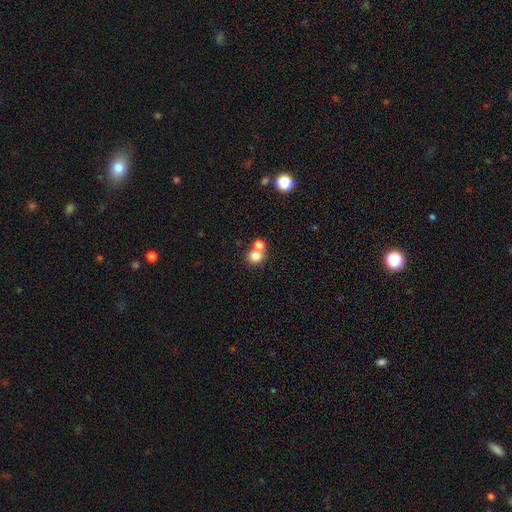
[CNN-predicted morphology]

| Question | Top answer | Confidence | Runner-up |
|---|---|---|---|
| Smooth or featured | smooth | 79% | star or artifact (12%) |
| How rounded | round | 81% | in between (18%) |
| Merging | none | 48% | merger (42%) |